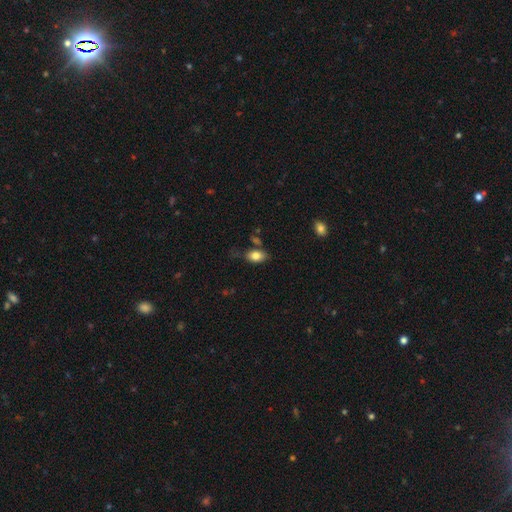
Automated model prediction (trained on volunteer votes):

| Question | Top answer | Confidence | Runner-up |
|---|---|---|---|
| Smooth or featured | smooth | 82% | featured or disk (10%) |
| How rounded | in between | 88% | round (10%) |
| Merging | none | 67% | minor disturbance (21%) |